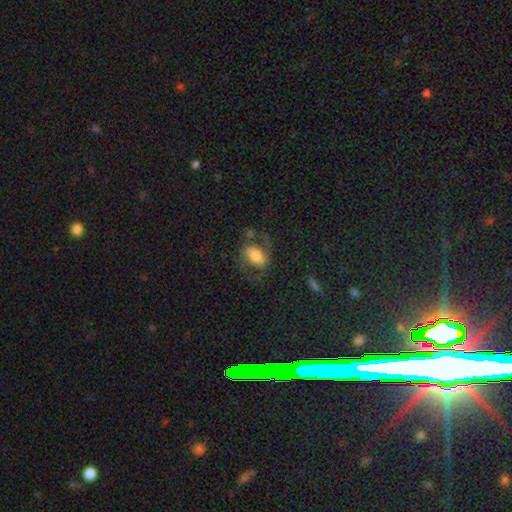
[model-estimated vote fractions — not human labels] A smooth galaxy with no disk features (48%). Merging: none (55%).